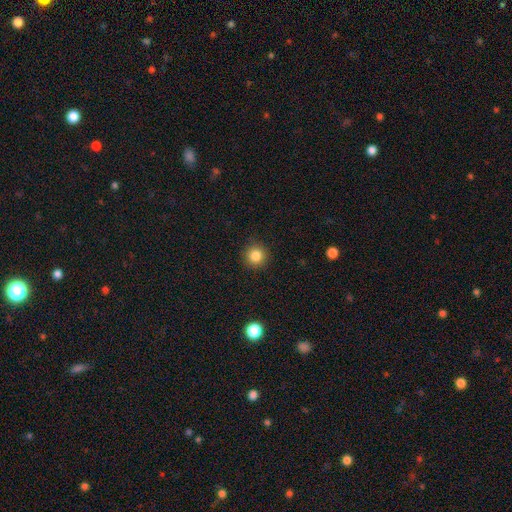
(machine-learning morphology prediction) smooth_or_featured: smooth (p=0.84) [alt: star or artifact p=0.11]
how_rounded: round (p=0.95) [alt: in between p=0.04]
merging: none (p=0.91) [alt: minor disturbance p=0.06]